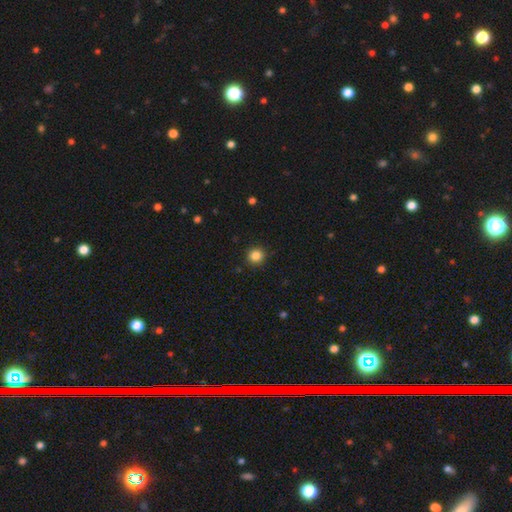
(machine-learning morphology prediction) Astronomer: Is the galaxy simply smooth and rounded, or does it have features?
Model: smooth — 85%.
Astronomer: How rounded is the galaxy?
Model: round — 93%.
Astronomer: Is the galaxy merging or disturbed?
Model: none — 91%.